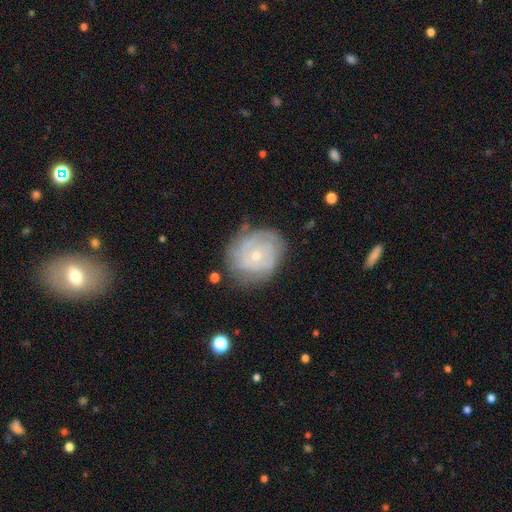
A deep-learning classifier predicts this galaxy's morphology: type=featured or disk (72%); edge-on=no (97%); bar=no (79%); spiral arms=yes (86%); winding=tight (70%); arm count=can't tell (48%); bulge=small (66%); merging=none (69%).